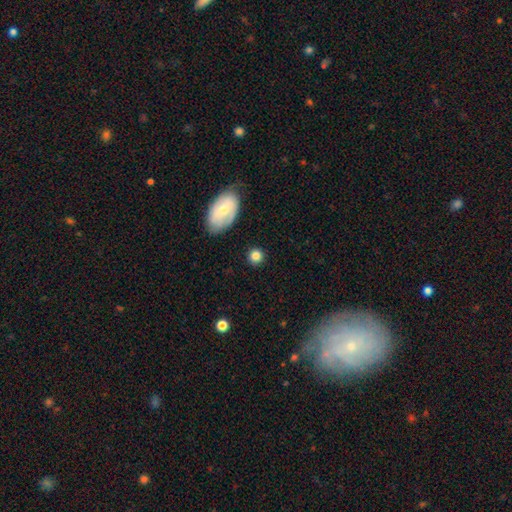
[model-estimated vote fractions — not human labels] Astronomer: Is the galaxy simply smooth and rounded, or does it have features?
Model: smooth — 83%.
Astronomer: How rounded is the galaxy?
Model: round — 86%.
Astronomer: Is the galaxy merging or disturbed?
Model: none — 86%.